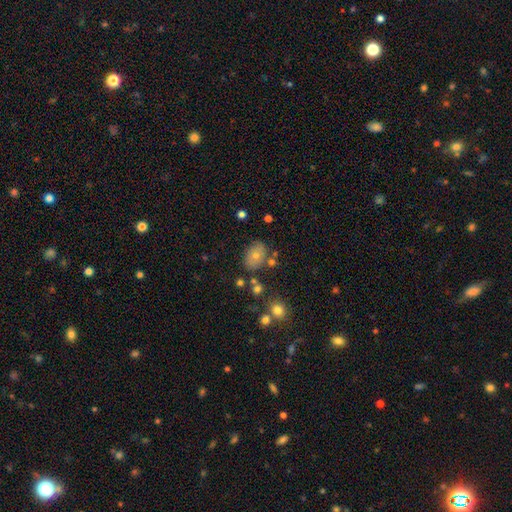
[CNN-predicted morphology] Smooth or featured? smooth (69%)
How rounded? in between (72%)
Merging? none (73%)